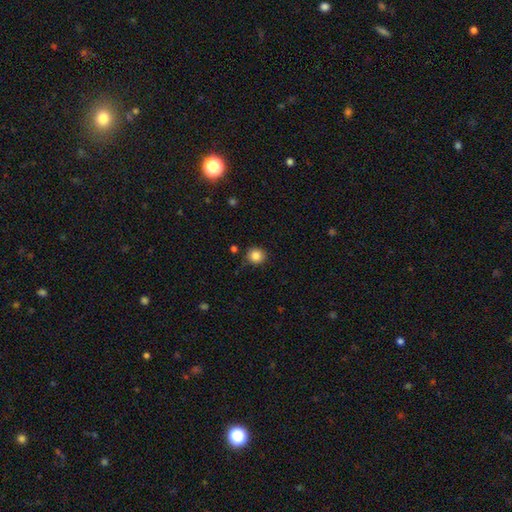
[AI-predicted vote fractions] This is clearly a smooth galaxy (85%). How rounded: clearly round (90%). Merging: clearly none (85%).